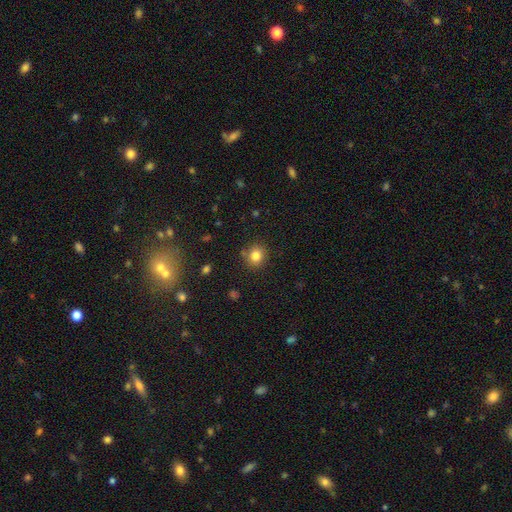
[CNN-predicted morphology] smooth_or_featured: smooth (p=0.82) [alt: star or artifact p=0.12]
how_rounded: round (p=0.80) [alt: in between p=0.19]
merging: none (p=0.84) [alt: minor disturbance p=0.10]